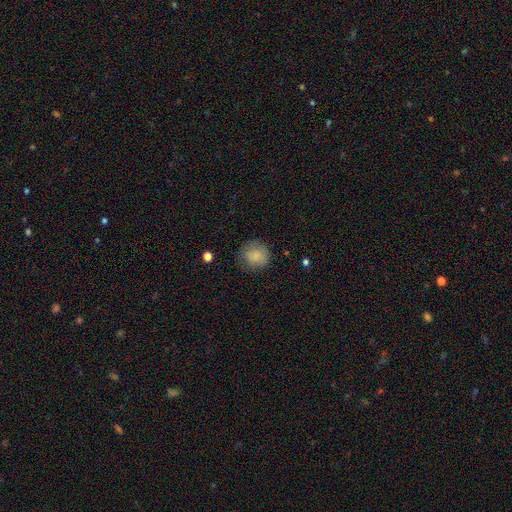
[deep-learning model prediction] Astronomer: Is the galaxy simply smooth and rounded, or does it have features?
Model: smooth — 82%.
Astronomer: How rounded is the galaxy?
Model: round — 88%.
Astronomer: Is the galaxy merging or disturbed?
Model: none — 76%.